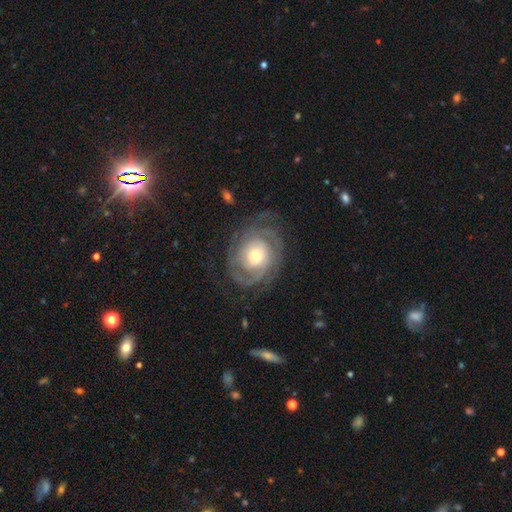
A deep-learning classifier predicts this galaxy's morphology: Smooth or featured: featured or disk — 83% (smooth — 11%)
Edge-on disk: no — 97% (yes — 3%)
Bar: no — 73% (weak — 21%)
Spiral arms: yes — 93% (no — 7%)
Spiral winding: tight — 68% (medium — 24%)
Spiral arm count: can't tell — 35% (2 — 26%)
Bulge size: moderate — 51% (small — 40%)
Merging: none — 71% (minor disturbance — 16%)